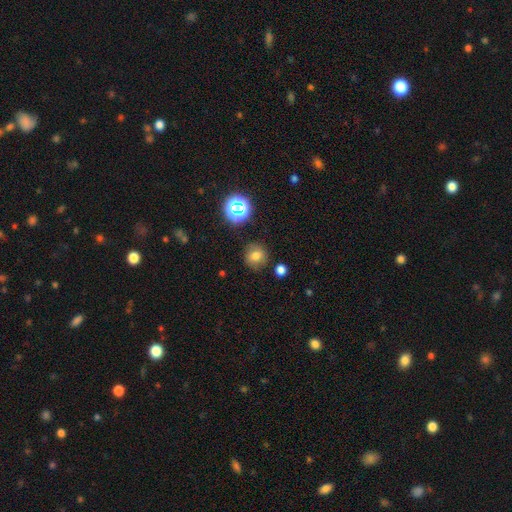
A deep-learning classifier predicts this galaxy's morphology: This appears to be a smooth galaxy with no disk features (72%) that is round (89%). Merging: none (82%).